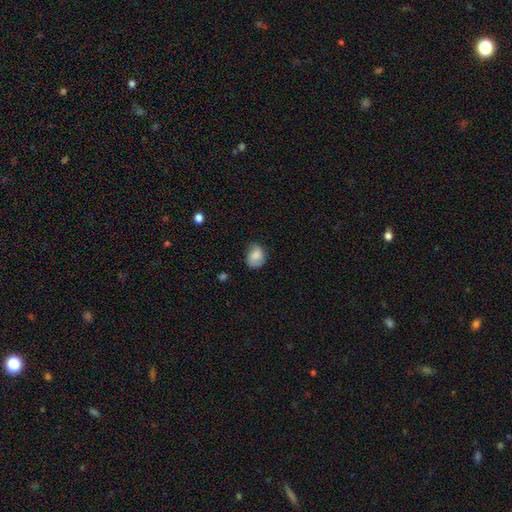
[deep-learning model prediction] Smooth or featured?
  - smooth: 74% *
  - featured or disk: 18%
  - star or artifact: 8%
How rounded?
  - in between: 54% *
  - round: 45%
  - cigar-shaped: 1%
Merging?
  - none: 60% *
  - minor disturbance: 30%
  - major disturbance: 9%
  - merger: 2%